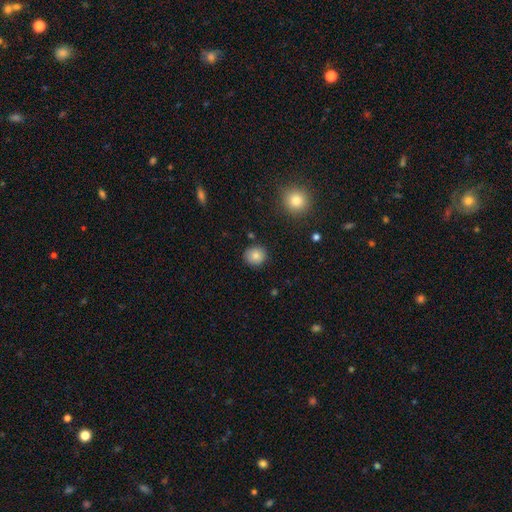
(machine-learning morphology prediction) Q: Smooth or featured?
A: smooth (84%); runner-up: star or artifact (10%)
Q: How rounded?
A: round (85%); runner-up: in between (14%)
Q: Merging?
A: none (88%); runner-up: minor disturbance (8%)